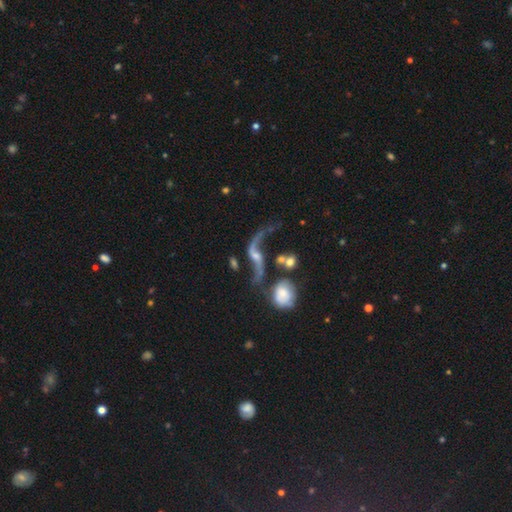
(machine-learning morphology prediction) The model was most divided on "bar": no: 44%, weak: 35%, strong: 21%. More confident: spiral arms — yes (95%); edge-on disk — no (92%); spiral winding — loose (92%); spiral arm count — 2 (90%); smooth or featured — featured or disk (87%); bulge size — small (53%); merging — none (50%).